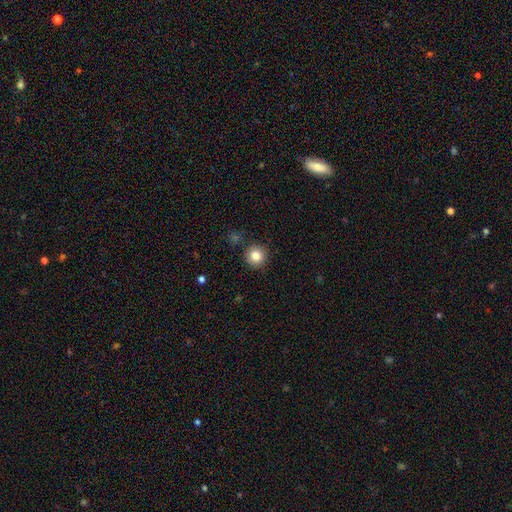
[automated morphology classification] A smooth galaxy with no disk features (84%) that is round (94%).

Vote fractions:
- Smooth or featured? smooth: 84% / star or artifact: 10% / featured or disk: 6%
- How rounded? round: 94% / in between: 5% / cigar-shaped: 1%
- Merging? none: 89% / minor disturbance: 6% / merger: 2% / major disturbance: 2%